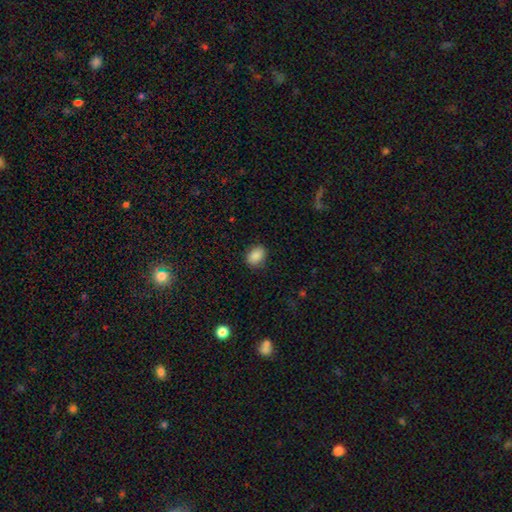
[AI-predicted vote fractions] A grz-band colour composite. It shows a smooth galaxy with no disk features (88%) that is in between round and cigar-shaped (72%). Merging: none (86%).